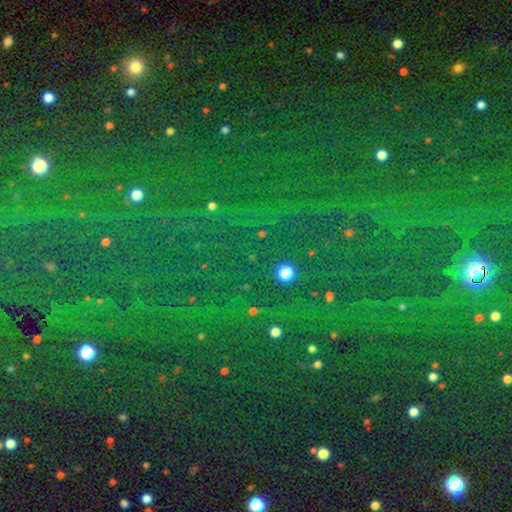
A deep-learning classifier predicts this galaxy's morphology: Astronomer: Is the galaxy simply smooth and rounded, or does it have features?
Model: star or artifact — 83%.